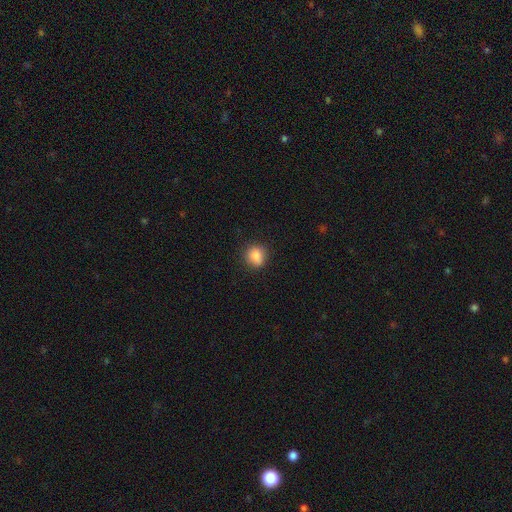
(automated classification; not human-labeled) A smooth galaxy with no disk features (84%) that is round (80%).

Vote fractions:
- Smooth or featured? smooth: 84% / star or artifact: 10% / featured or disk: 7%
- How rounded? round: 80% / in between: 19% / cigar-shaped: 1%
- Merging? none: 78% / minor disturbance: 16% / major disturbance: 3% / merger: 3%